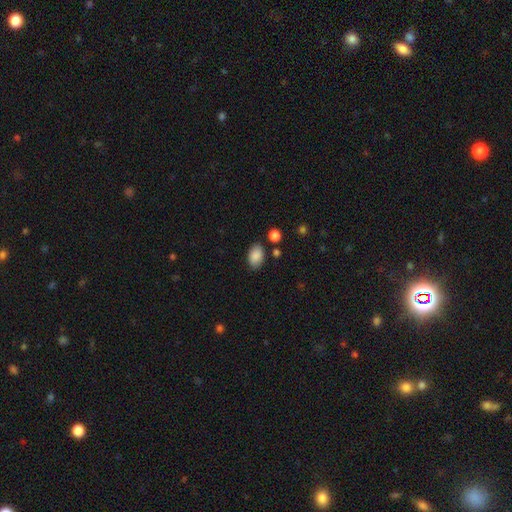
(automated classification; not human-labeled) This appears to be a smooth galaxy with no disk features (88%) that is in between round and cigar-shaped (89%). Merging: none (81%).